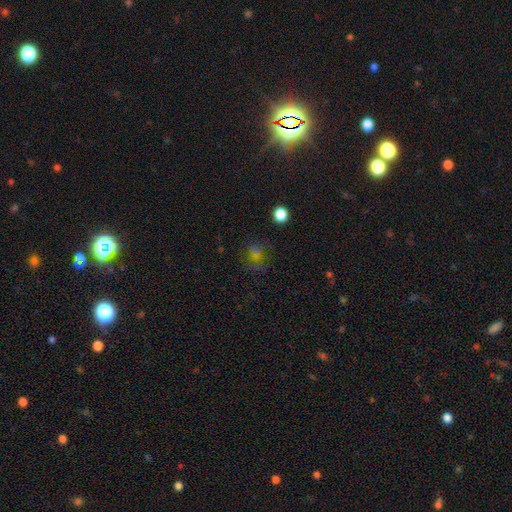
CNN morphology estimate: Smooth or featured? Predicted: smooth (p=0.49). Merging? Predicted: none (p=0.62).